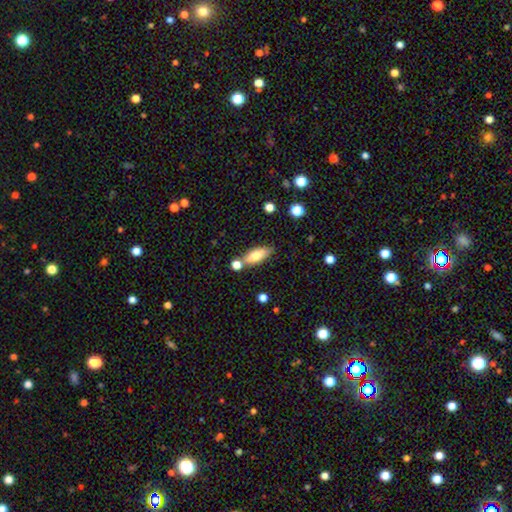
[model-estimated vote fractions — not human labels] The model was most divided on "how rounded": in between: 72%, cigar-shaped: 25%, round: 3%. More confident: smooth or featured — smooth (71%); merging — none (67%).